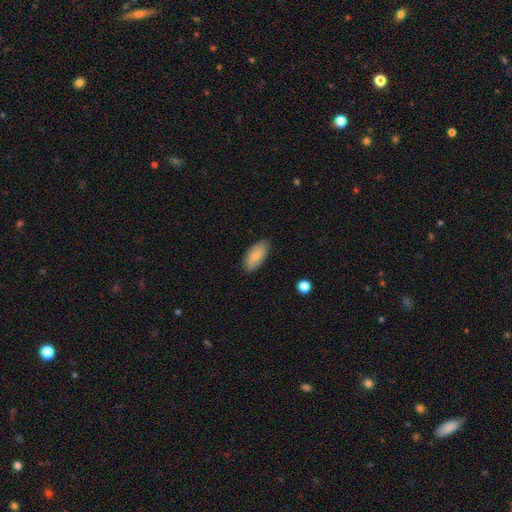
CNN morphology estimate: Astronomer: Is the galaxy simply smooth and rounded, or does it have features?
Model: smooth — 82%.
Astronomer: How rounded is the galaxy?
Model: in between — 92%.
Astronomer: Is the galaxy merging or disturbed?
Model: none — 84%.